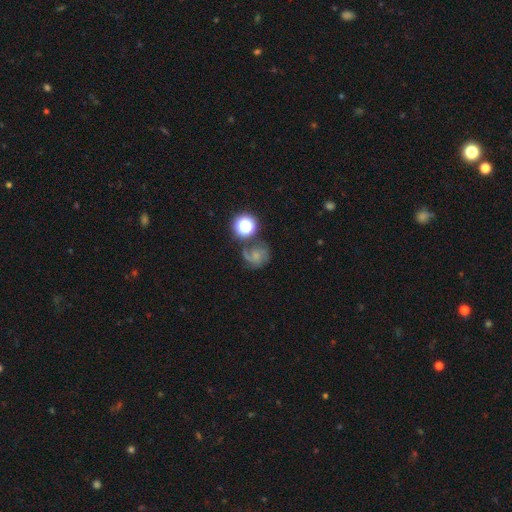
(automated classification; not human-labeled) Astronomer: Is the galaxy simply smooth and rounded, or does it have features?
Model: featured or disk — 51% (runner-up: smooth, 31%).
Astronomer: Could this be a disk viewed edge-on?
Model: no — 98%.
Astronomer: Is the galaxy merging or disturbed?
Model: none — 48%.